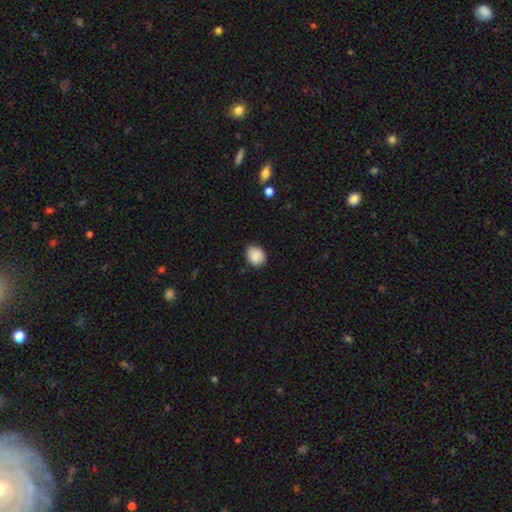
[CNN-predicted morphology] The model was most divided on "how rounded": round: 54%, in between: 46%, cigar-shaped: 1%. More confident: smooth or featured — smooth (89%); merging — none (81%).